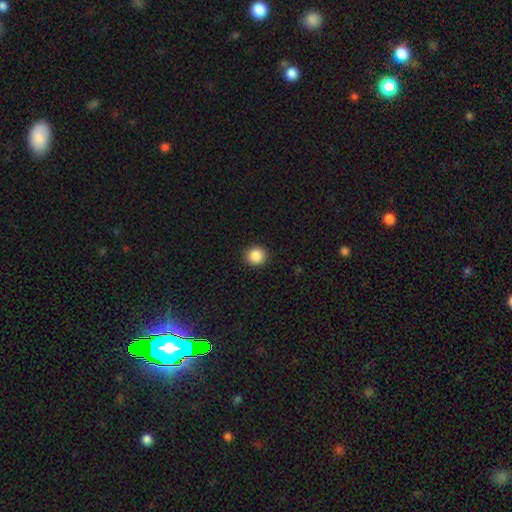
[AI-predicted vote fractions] Q: Smooth or featured?
A: smooth (87%); runner-up: star or artifact (10%)
Q: How rounded?
A: round (93%); runner-up: in between (7%)
Q: Merging?
A: none (93%); runner-up: minor disturbance (5%)